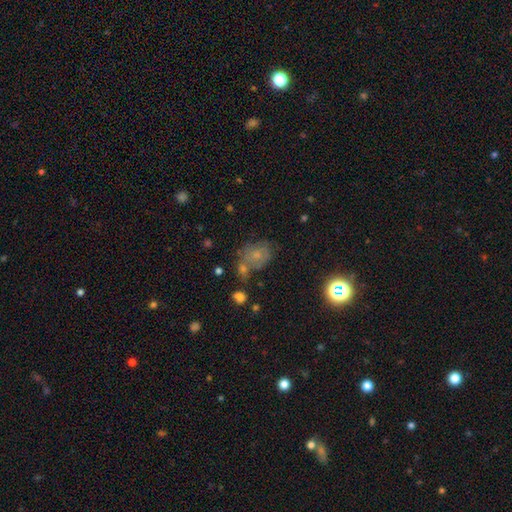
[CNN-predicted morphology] type=smooth (50%); roundness=round (51%); merging=none (49%).